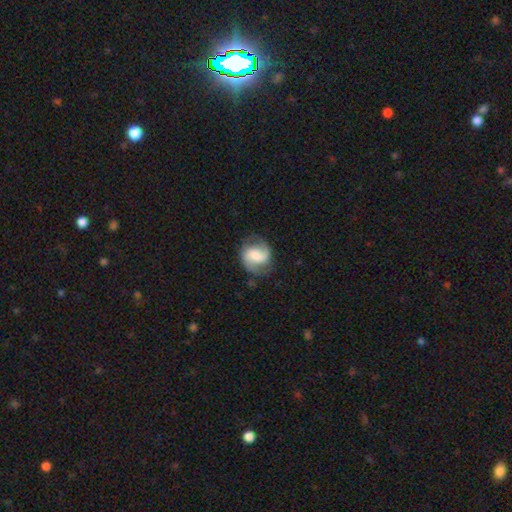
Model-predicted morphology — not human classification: Overall: featured or disk (67%). Edge-on disk: no (98%). Bar: weak (44%; no 39%). Spiral arms: yes (93%). Spiral arm count: 2 (85%). Spiral winding: medium (45%; loose 35%). Bulge size: moderate (27%; small 25%). Merging: none (71%).